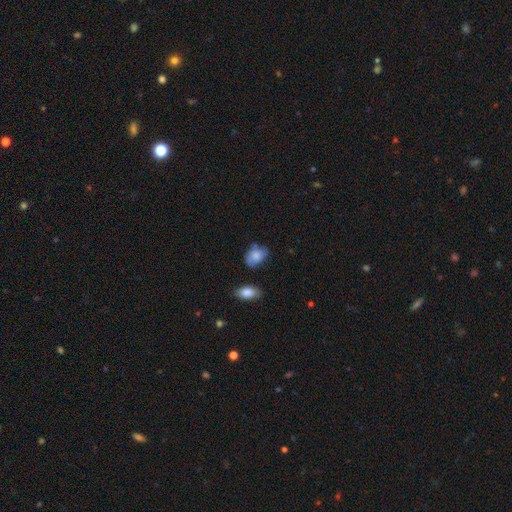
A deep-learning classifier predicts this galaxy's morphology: smooth_or_featured: smooth (p=0.77) [alt: featured or disk p=0.15]
how_rounded: in between (p=0.78) [alt: round p=0.21]
merging: none (p=0.55) [alt: minor disturbance p=0.30]